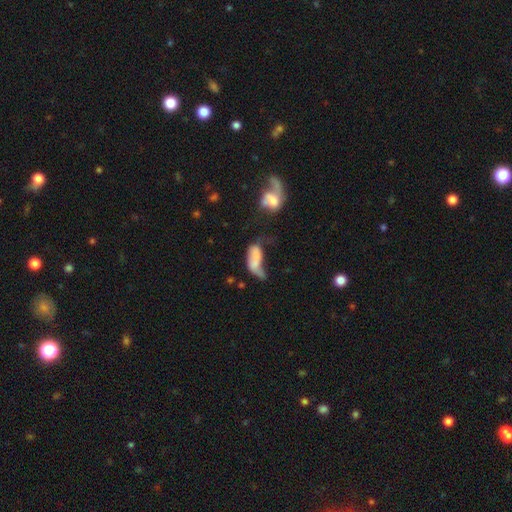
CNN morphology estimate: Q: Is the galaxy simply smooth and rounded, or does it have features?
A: smooth — 62%.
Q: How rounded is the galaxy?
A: in between — 85%.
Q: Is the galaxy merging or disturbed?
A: major disturbance — 36%.